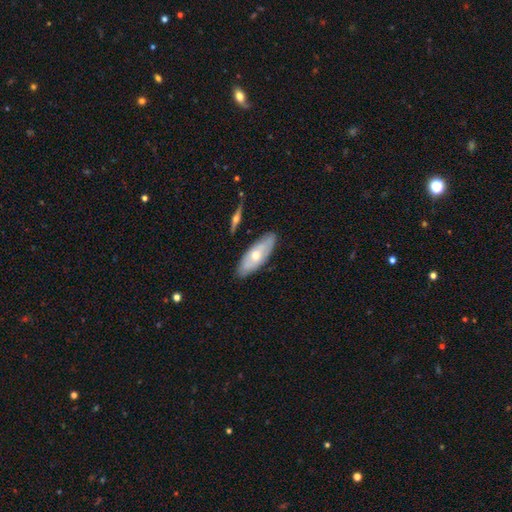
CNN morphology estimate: smooth_or_featured: featured or disk (p=0.47) [tied with: smooth p=0.47]
merging: none (p=0.81) [alt: minor disturbance p=0.13]